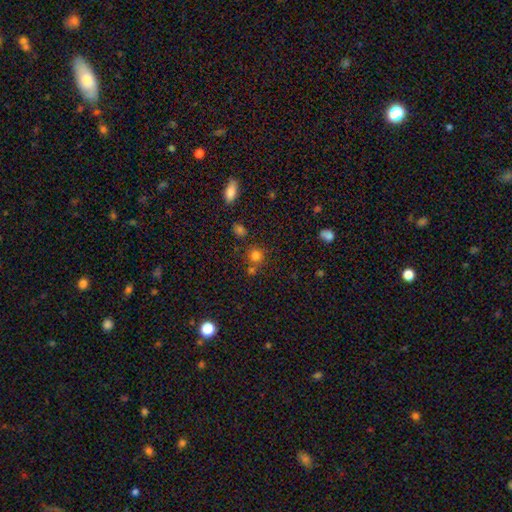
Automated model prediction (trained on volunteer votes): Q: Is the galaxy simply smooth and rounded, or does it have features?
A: smooth — 76%.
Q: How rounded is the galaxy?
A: round — 82%.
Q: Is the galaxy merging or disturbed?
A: none — 63%.